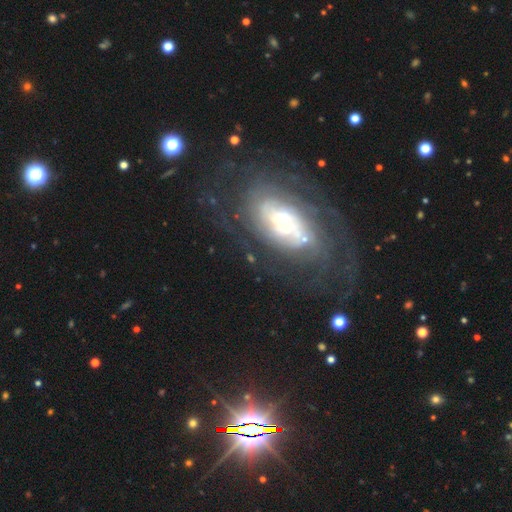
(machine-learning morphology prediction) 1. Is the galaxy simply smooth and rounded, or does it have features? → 69% featured or disk, 19% smooth, 12% star or artifact.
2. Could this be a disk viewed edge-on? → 86% no, 14% yes.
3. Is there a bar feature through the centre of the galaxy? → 54% no, 29% weak, 17% strong.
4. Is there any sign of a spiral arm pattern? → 78% yes, 22% no.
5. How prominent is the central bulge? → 40% moderate, 28% small, 25% large, 4% dominant, 3% none.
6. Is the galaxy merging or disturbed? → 73% none, 15% minor disturbance, 10% major disturbance, 2% merger.